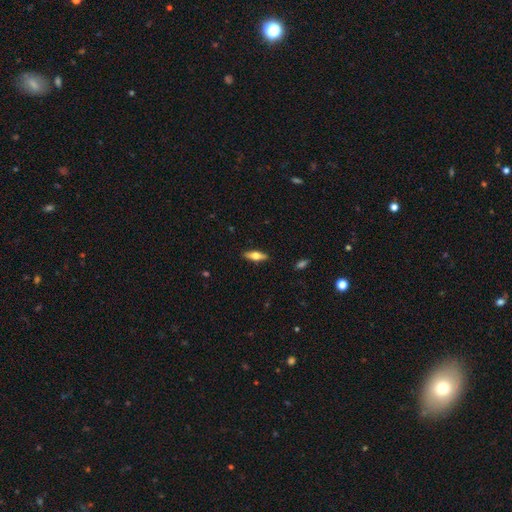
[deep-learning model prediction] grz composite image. It shows a smooth galaxy with no disk features (52%) that is in between round and cigar-shaped (55%). Merging: none (89%).